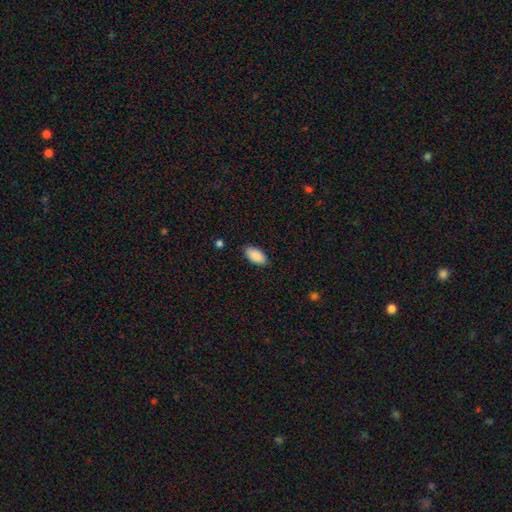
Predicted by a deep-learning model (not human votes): Smooth or featured: smooth — 90% (star or artifact — 6%)
How rounded: in between — 95% (cigar-shaped — 3%)
Merging: none — 86% (minor disturbance — 10%)